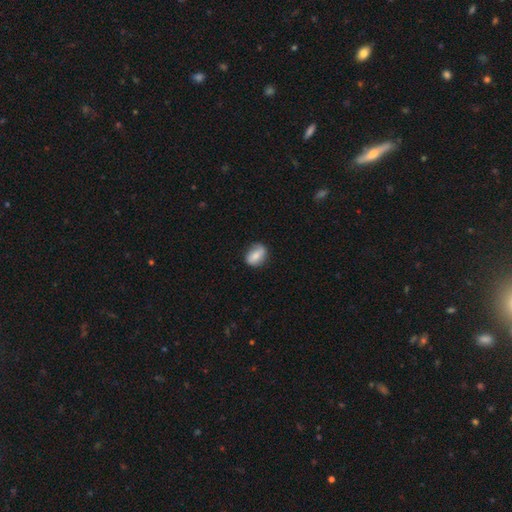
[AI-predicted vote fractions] The model was most divided on "how rounded": in between: 73%, round: 24%, cigar-shaped: 3%. More confident: merging — none (73%); smooth or featured — smooth (71%).